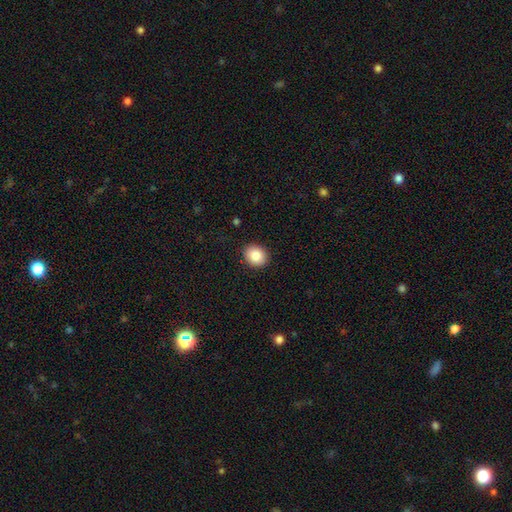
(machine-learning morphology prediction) Q: Smooth or featured?
A: smooth (85%); runner-up: star or artifact (8%)
Q: How rounded?
A: round (66%); runner-up: in between (33%)
Q: Merging?
A: none (91%); runner-up: minor disturbance (7%)